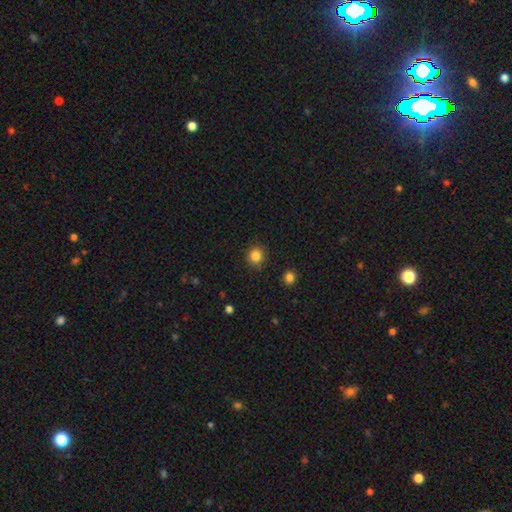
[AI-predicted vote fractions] The model was most divided on "smooth or featured": smooth: 84%, star or artifact: 11%, featured or disk: 4%. More confident: how rounded — round (89%); merging — none (89%).